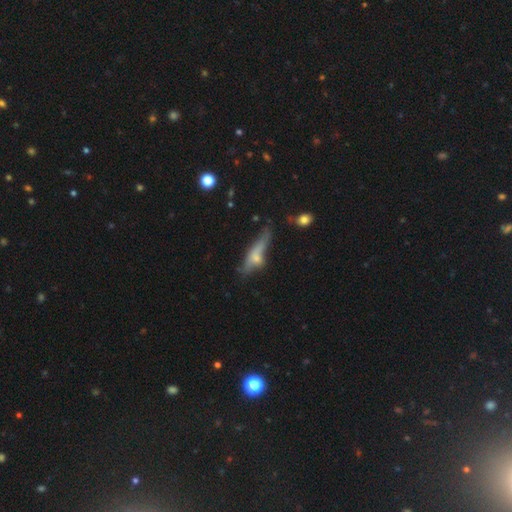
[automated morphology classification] Q: Smooth or featured?
A: smooth (48%); runner-up: featured or disk (43%)
Q: Merging?
A: none (41%); runner-up: minor disturbance (27%)